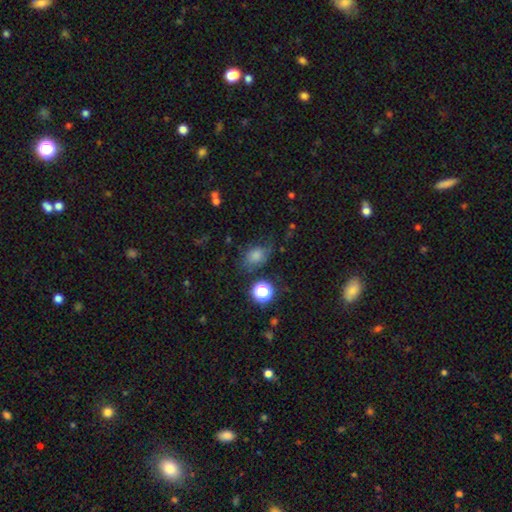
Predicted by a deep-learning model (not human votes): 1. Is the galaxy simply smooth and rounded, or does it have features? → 72% smooth, 16% star or artifact, 11% featured or disk.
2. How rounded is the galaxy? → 68% in between, 30% round, 2% cigar-shaped.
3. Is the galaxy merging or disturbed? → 52% none, 28% minor disturbance, 15% major disturbance, 4% merger.